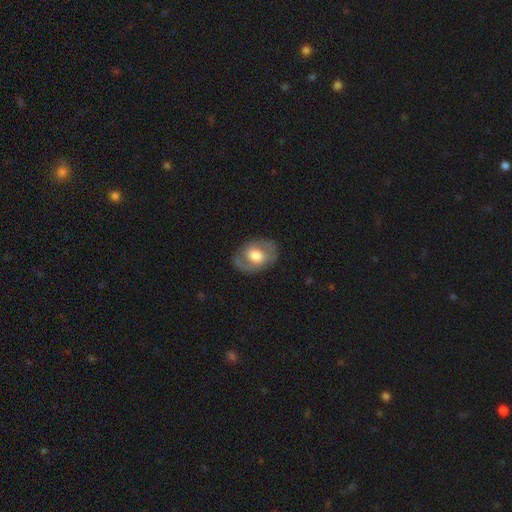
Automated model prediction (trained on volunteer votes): Q: Smooth or featured?
A: smooth (47%); tied with: featured or disk (47%)
Q: Merging?
A: none (77%); runner-up: minor disturbance (15%)